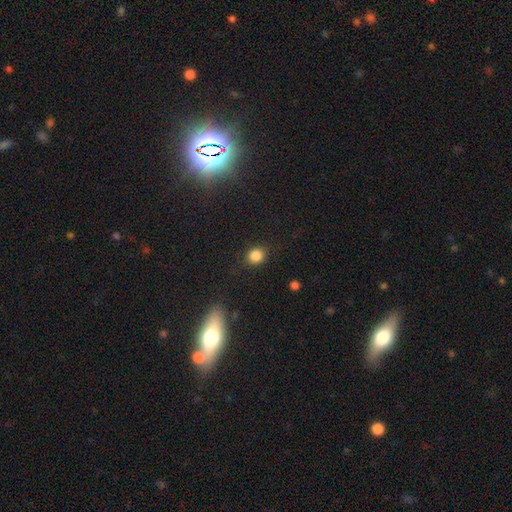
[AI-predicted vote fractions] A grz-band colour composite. It shows a smooth galaxy with no disk features (85%) that is round (79%). Merging: none (85%).